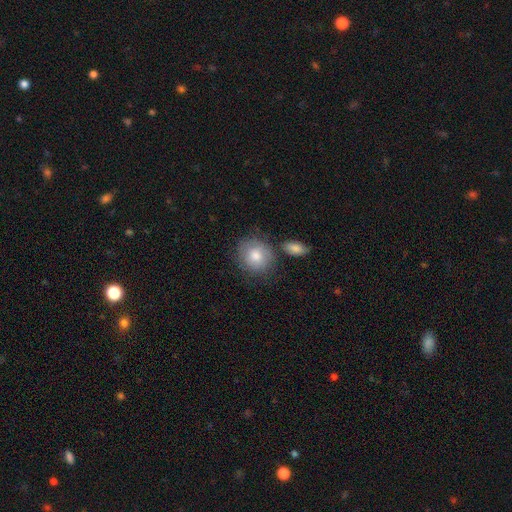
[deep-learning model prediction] Smooth or featured? Predicted: smooth (p=0.80). How rounded? Predicted: round (p=0.79). Merging? Predicted: none (p=0.72).